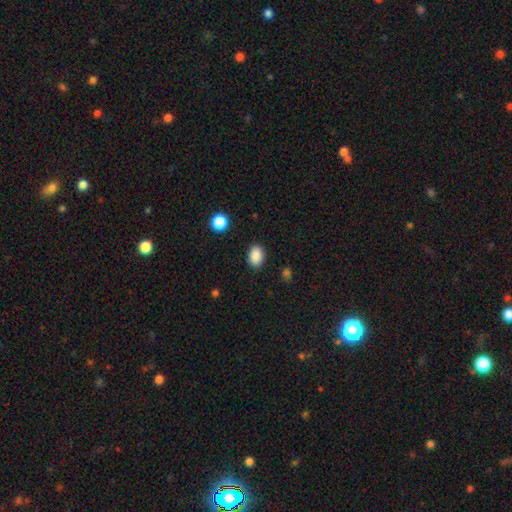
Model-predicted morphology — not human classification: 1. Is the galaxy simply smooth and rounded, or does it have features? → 89% smooth, 8% star or artifact, 3% featured or disk.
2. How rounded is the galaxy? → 77% in between, 22% round, 1% cigar-shaped.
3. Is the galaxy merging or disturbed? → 88% none, 9% minor disturbance, 2% major disturbance, 1% merger.